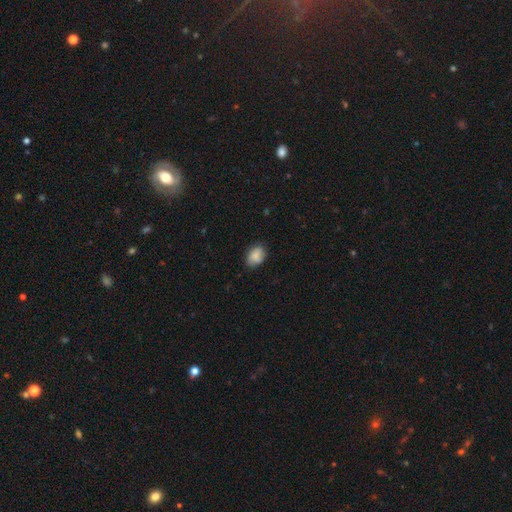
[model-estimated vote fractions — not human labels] Smooth or featured: smooth — 84% (featured or disk — 9%)
How rounded: in between — 82% (round — 17%)
Merging: none — 74% (minor disturbance — 21%)